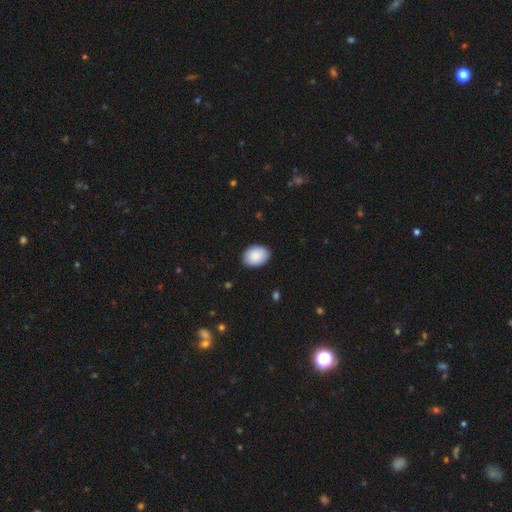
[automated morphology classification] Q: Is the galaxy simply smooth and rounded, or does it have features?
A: smooth — 90%.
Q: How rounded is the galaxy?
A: in between — 75%.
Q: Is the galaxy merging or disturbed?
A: none — 86%.